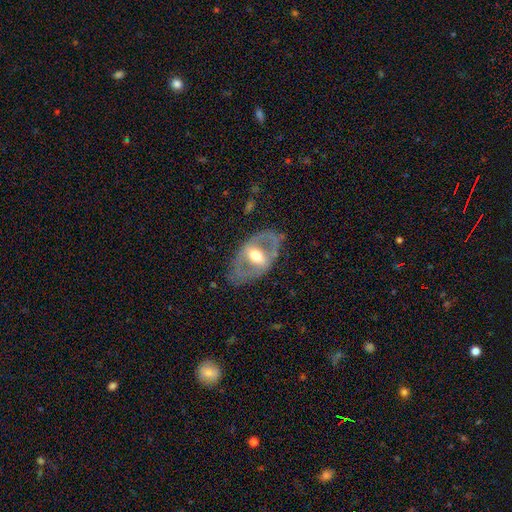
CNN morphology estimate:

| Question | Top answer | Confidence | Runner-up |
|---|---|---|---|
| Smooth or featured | featured or disk | 70% | smooth (24%) |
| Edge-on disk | no | 90% | yes (10%) |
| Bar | strong | 39% | weak (35%) |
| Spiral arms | no | 63% | yes (37%) |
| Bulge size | moderate | 70% | large (18%) |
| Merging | none | 72% | minor disturbance (16%) |